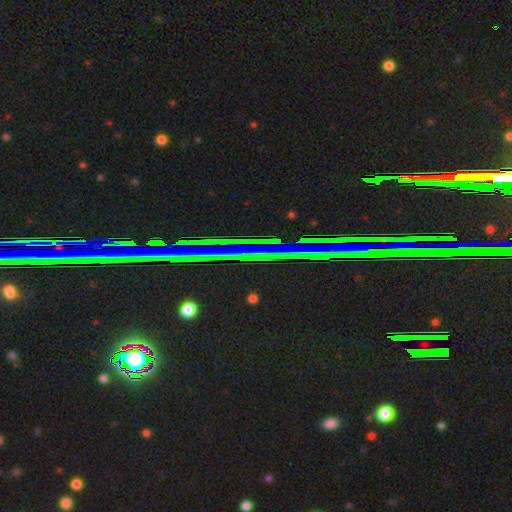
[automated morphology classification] This is clearly a star or artifact rather than a galaxy (84%).